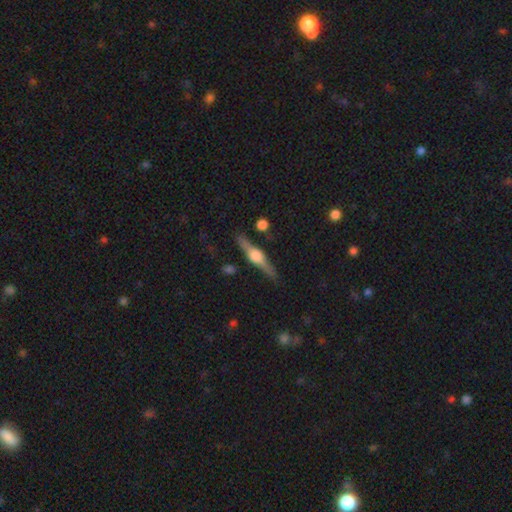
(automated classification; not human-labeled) smooth_or_featured: featured or disk (p=0.77) [alt: smooth p=0.17]
disk_edge_on: yes (p=0.97) [alt: no p=0.03]
edge_on_bulge: rounded (p=0.91) [alt: boxy p=0.07]
merging: none (p=0.87) [alt: minor disturbance p=0.09]